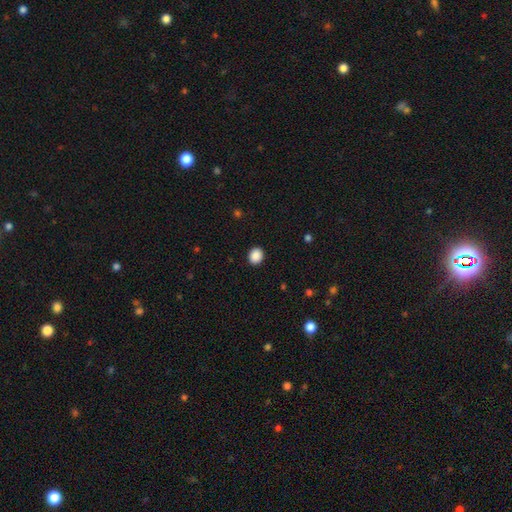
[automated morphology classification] This is clearly a smooth galaxy (89%). How rounded: likely round (65%). Merging: clearly none (91%).